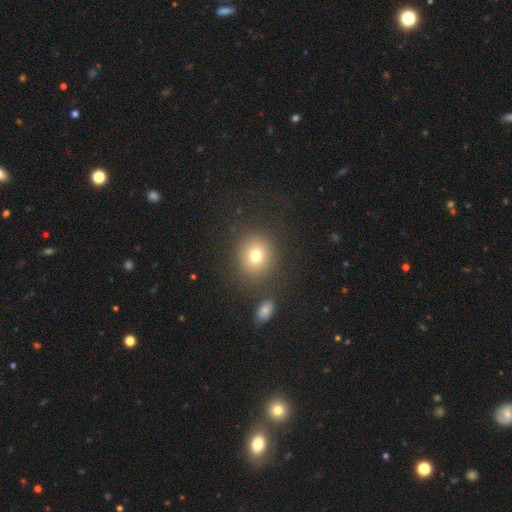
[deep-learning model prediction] Smooth or featured: smooth — 75% (star or artifact — 15%)
How rounded: round — 83% (in between — 16%)
Merging: none — 83% (minor disturbance — 8%)